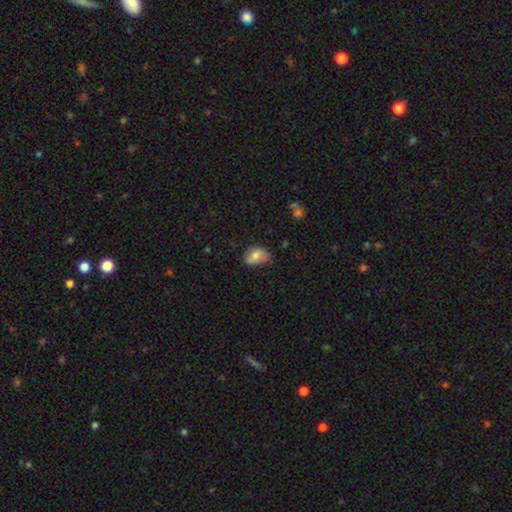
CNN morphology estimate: Smooth or featured: smooth — 77% (featured or disk — 15%)
How rounded: in between — 77% (round — 22%)
Merging: none — 61% (minor disturbance — 32%)